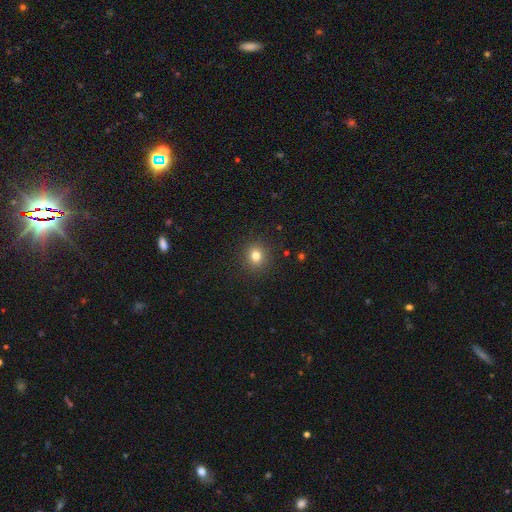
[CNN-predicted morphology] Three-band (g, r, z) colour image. It shows a smooth galaxy with no disk features (80%) that is round (86%). Merging: none (91%).